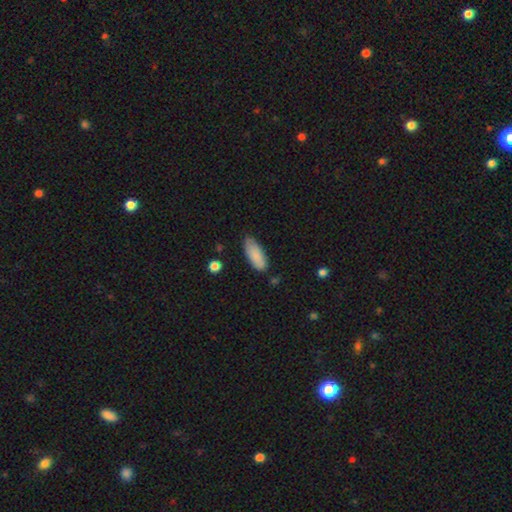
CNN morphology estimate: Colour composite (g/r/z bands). It shows a smooth galaxy with no disk features (87%) that is in between round and cigar-shaped (79%). Merging: none (76%).